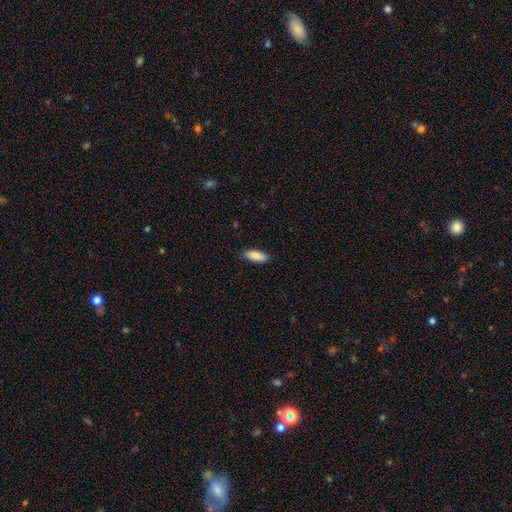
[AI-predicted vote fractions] Smooth or featured? Predicted: smooth (p=0.89). How rounded? Predicted: in between (p=0.74). Merging? Predicted: none (p=0.86).